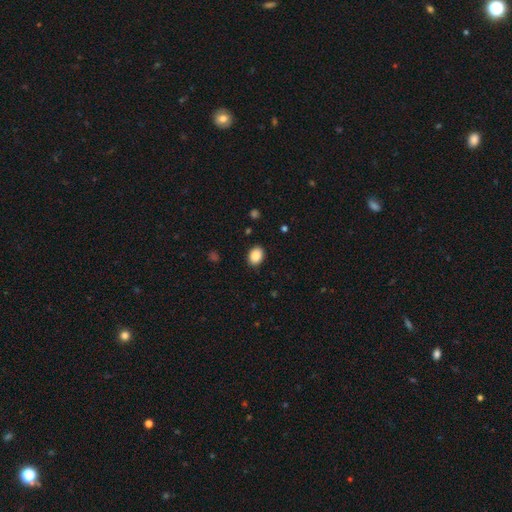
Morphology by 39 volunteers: Smooth or featured? 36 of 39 (92%) said smooth. How rounded? 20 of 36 (56%) said in between. Merging? 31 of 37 (84%) said none.